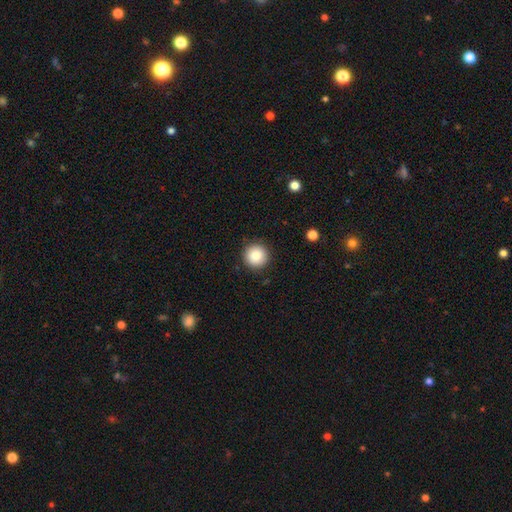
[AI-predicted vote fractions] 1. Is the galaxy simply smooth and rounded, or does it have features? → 86% smooth, 9% star or artifact, 5% featured or disk.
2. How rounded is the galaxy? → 96% round, 3% in between, 1% cigar-shaped.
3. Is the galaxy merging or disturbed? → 90% none, 6% minor disturbance, 2% major disturbance, 1% merger.